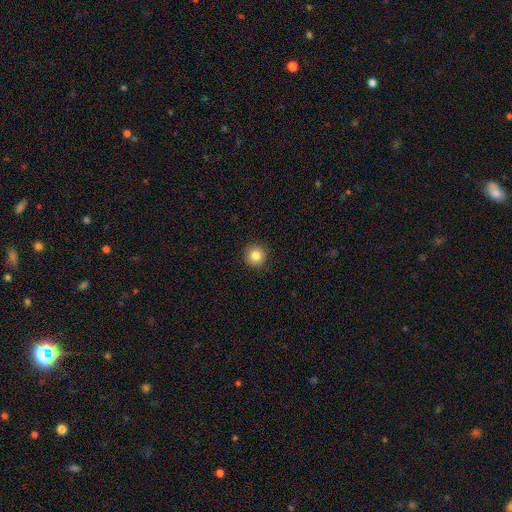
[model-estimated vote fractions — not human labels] Smooth or featured: smooth — 83% (star or artifact — 10%)
How rounded: round — 95% (in between — 4%)
Merging: none — 92% (minor disturbance — 6%)